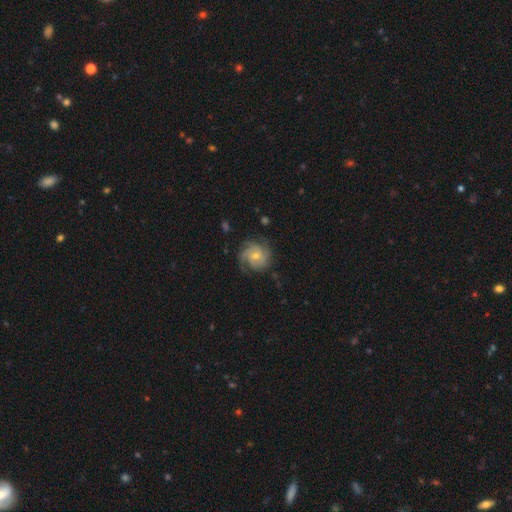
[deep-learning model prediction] This is likely a featured or disk galaxy (78%). It is clearly not viewed edge-on (98%). Bar: likely no (74%). Spiral arm pattern: clearly yes (95%). Spiral arm count: marginally 3 (34%). Spiral winding: possibly tight (55%). Central bulge: possibly moderate (50%). Merging: likely none (71%).